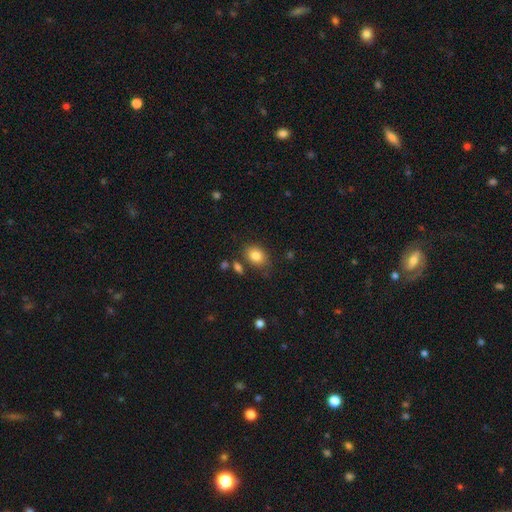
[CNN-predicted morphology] smooth-or-featured: smooth: 83% | star or artifact: 9% | featured or disk: 8%
  how-rounded: in between: 73% | round: 26% | cigar-shaped: 1%
  merging: none: 74% | minor disturbance: 16% | merger: 6% | major disturbance: 4%